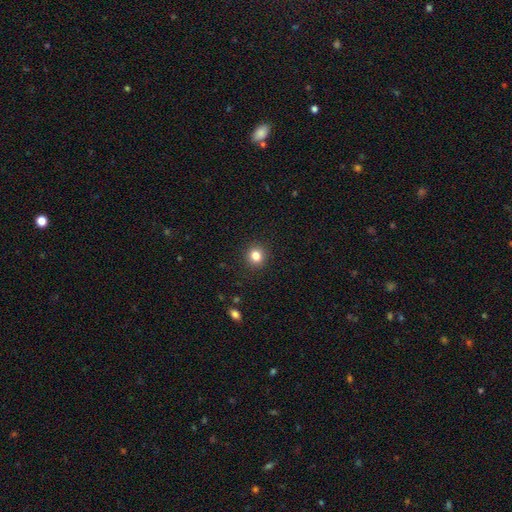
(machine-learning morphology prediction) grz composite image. It shows a smooth galaxy with no disk features (83%) that is round (87%). Merging: none (91%).